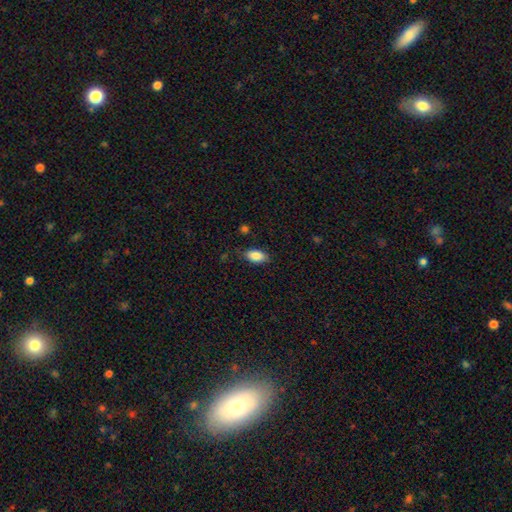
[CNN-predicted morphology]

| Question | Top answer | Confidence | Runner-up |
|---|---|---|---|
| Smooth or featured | smooth | 87% | star or artifact (7%) |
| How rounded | in between | 91% | cigar-shaped (4%) |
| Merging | none | 81% | minor disturbance (14%) |